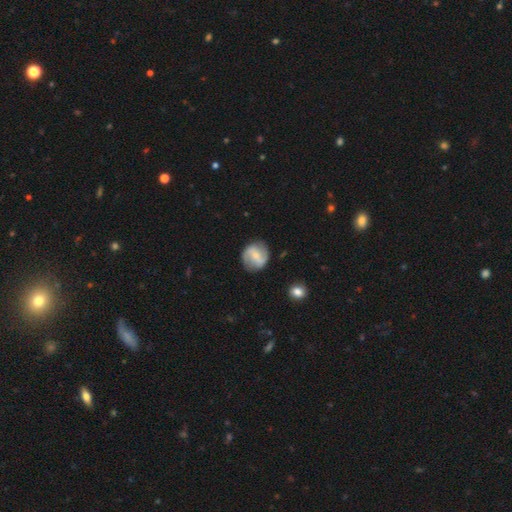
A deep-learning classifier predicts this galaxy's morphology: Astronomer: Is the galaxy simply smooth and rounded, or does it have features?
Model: featured or disk — 61%.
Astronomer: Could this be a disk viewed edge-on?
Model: no — 97%.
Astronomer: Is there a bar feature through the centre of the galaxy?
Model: weak — 44% (runner-up: strong, 29%).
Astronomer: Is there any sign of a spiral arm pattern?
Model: yes — 84%.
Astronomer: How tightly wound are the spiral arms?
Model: medium — 39%, tied with loose at 39%.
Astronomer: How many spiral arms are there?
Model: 2 — 85%.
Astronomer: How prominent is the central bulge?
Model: small — 59%.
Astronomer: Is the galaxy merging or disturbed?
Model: none — 80%.